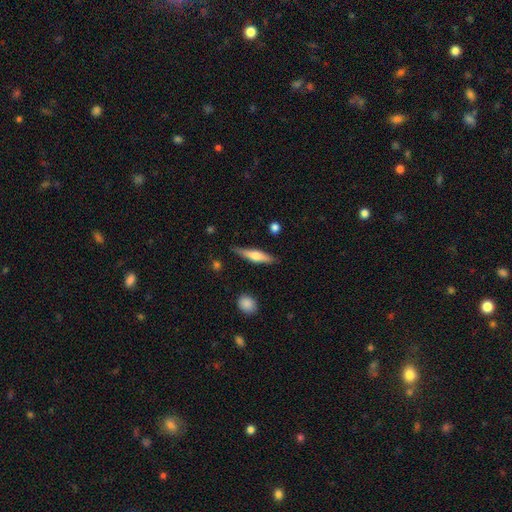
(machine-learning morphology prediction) Smooth or featured?
  - featured or disk: 49% *
  - smooth: 45%
  - star or artifact: 6%
Merging?
  - none: 84% *
  - minor disturbance: 12%
  - major disturbance: 2%
  - merger: 2%